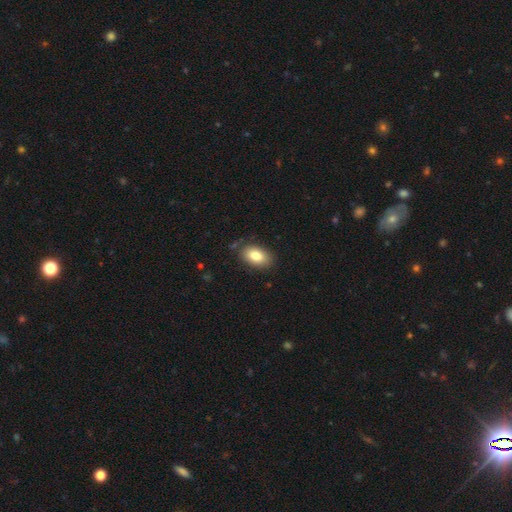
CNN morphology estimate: Smooth or featured? smooth (82%)
How rounded? in between (91%)
Merging? none (81%)